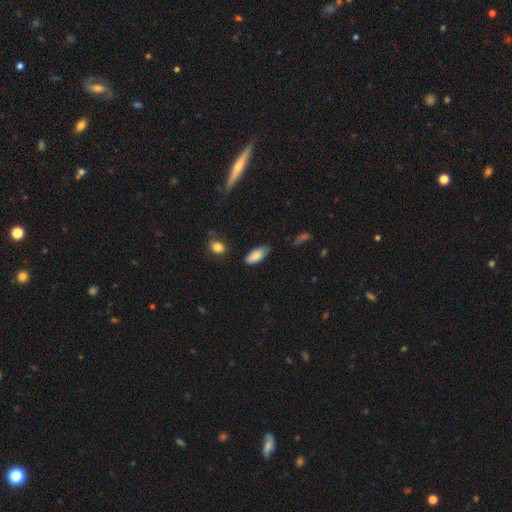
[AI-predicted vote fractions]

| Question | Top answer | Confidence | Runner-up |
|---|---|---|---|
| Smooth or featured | smooth | 84% | featured or disk (10%) |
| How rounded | in between | 86% | cigar-shaped (12%) |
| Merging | none | 70% | minor disturbance (24%) |